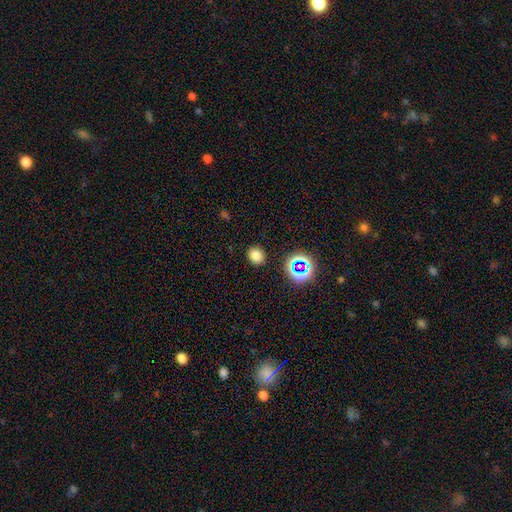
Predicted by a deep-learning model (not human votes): A smooth galaxy with no disk features (76%) that is round (70%).

Vote fractions:
- Smooth or featured? smooth: 76% / star or artifact: 18% / featured or disk: 6%
- How rounded? round: 70% / in between: 29% / cigar-shaped: 1%
- Merging? none: 88% / minor disturbance: 7% / major disturbance: 3% / merger: 2%